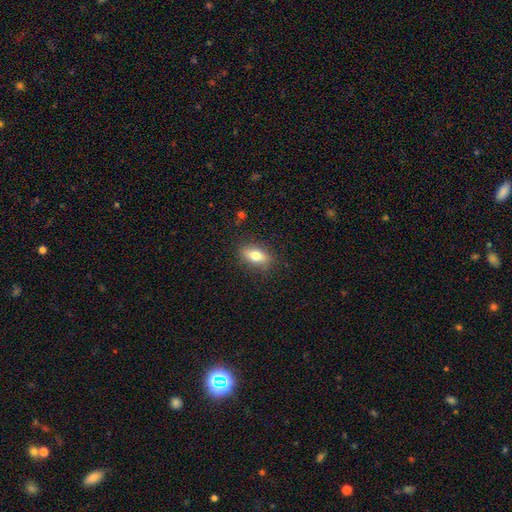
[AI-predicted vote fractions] Smooth or featured? Predicted: smooth (p=0.73). How rounded? Predicted: in between (p=0.81). Merging? Predicted: none (p=0.85).